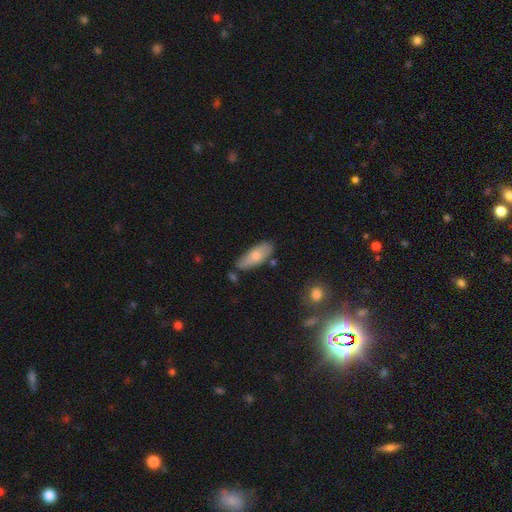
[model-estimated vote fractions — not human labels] smooth 73%, featured or disk 21%, star or artifact 6%. Down the decision tree: how rounded — in between (75%); merging — none (73%).